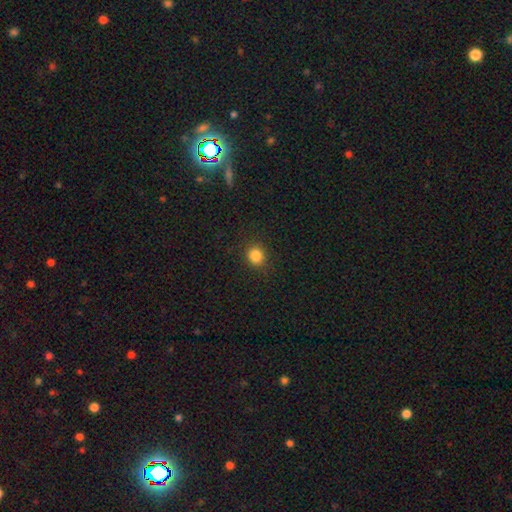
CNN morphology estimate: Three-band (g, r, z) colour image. It shows a smooth galaxy with no disk features (84%) that is round (86%). Merging: none (89%).